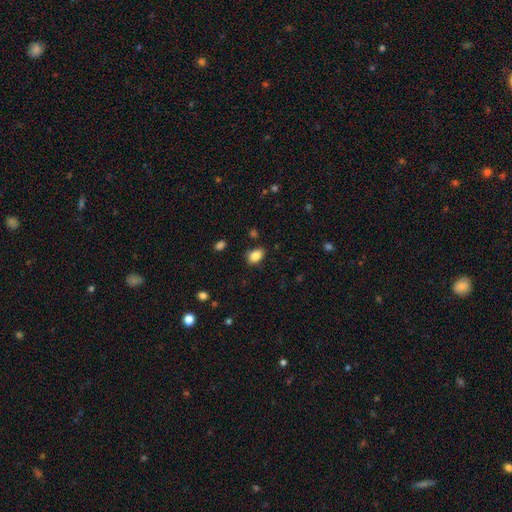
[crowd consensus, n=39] smooth_or_featured: smooth (p=0.85) [alt: featured or disk p=0.10]
how_rounded: in between (p=0.85) [alt: round p=0.15]
merging: none (p=0.73) [alt: minor disturbance p=0.24]